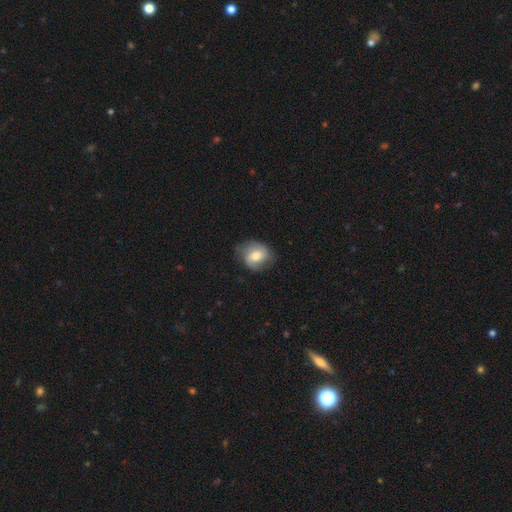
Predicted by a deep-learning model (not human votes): smooth-or-featured: smooth: 53% | featured or disk: 40% | star or artifact: 8%
  how-rounded: round: 55% | in between: 44% | cigar-shaped: 1%
  merging: none: 69% | minor disturbance: 23% | major disturbance: 8% | merger: 1%